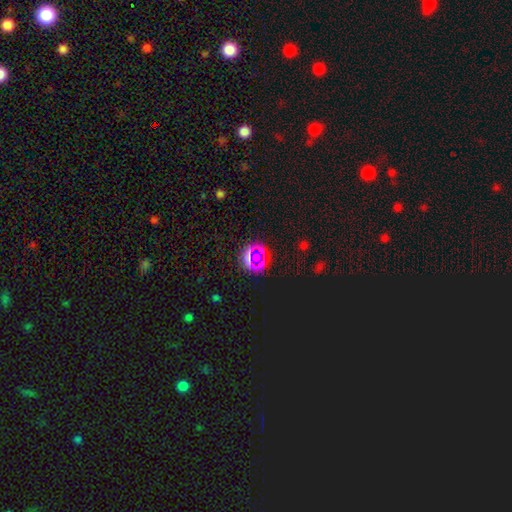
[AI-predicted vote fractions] smooth_or_featured: star or artifact (p=0.64) [alt: smooth p=0.27]